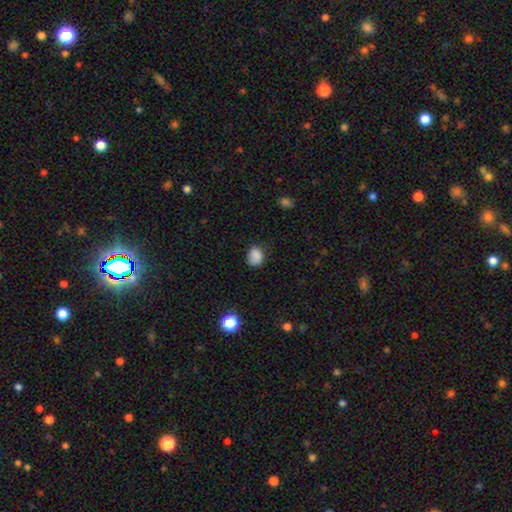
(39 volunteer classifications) smooth-or-featured: smooth: 90% | star or artifact: 8% | featured or disk: 3%
  how-rounded: round: 89% | in between: 11% | cigar-shaped: 0%
  merging: none: 72% | minor disturbance: 19% | major disturbance: 6% | merger: 3%